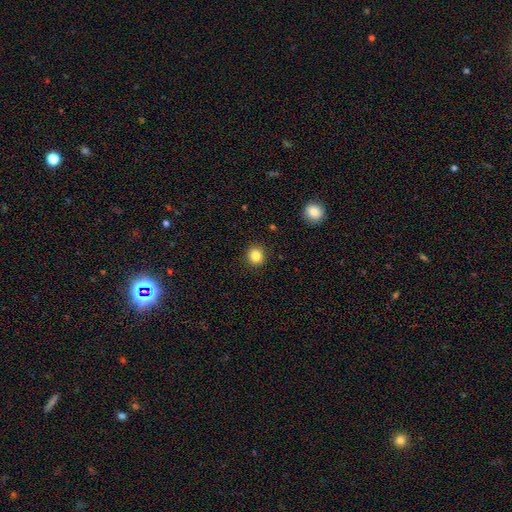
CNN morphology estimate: Smooth or featured?
  - smooth: 84% *
  - star or artifact: 11%
  - featured or disk: 5%
How rounded?
  - round: 89% *
  - in between: 10%
  - cigar-shaped: 1%
Merging?
  - none: 91% *
  - minor disturbance: 6%
  - major disturbance: 2%
  - merger: 1%